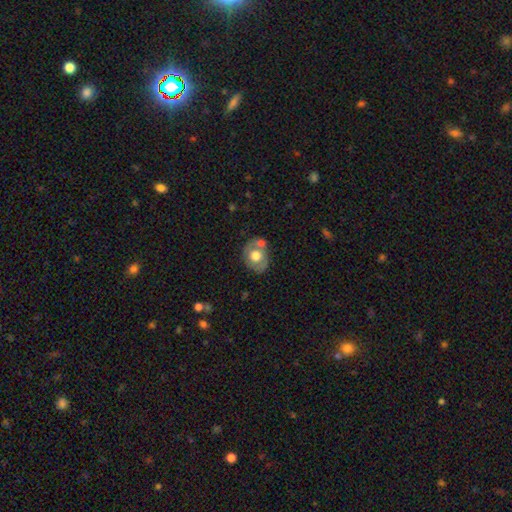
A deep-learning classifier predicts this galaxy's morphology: This appears to be a smooth galaxy with no disk features (53%) that is round (50%). Merging: none (56%).